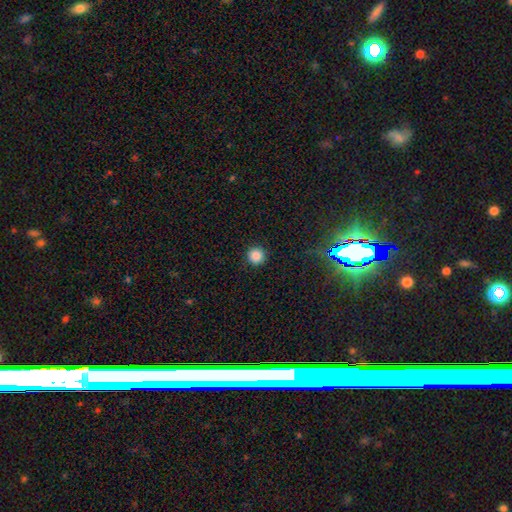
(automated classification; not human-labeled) Smooth or featured? smooth (85%)
How rounded? round (96%)
Merging? none (91%)